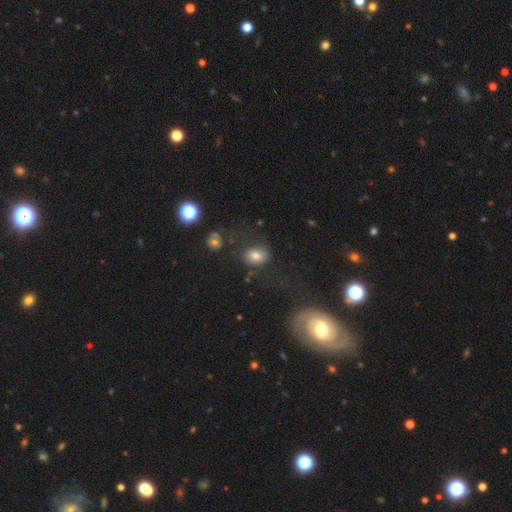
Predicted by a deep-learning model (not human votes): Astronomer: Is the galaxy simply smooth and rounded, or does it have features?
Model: smooth — 72%.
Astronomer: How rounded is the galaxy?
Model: in between — 61% (runner-up: round, 38%).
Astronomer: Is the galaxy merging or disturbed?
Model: none — 63%.